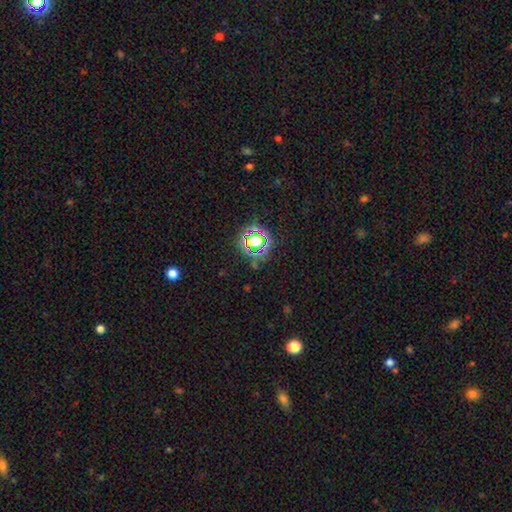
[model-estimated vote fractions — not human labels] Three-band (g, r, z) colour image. It shows a star or artifact, not a galaxy (73%).